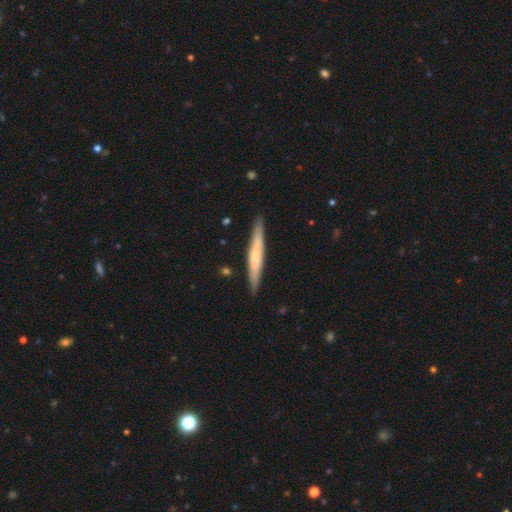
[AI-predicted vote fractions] Q: Smooth or featured?
A: smooth (50%); runner-up: featured or disk (45%)
Q: Merging?
A: none (90%); runner-up: minor disturbance (7%)